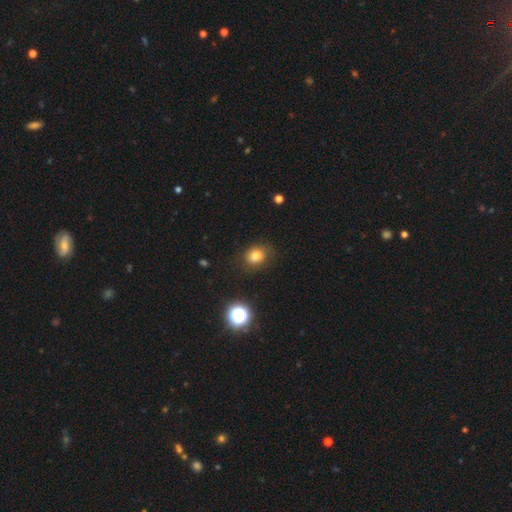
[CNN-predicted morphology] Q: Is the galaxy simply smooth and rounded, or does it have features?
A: smooth — 78%.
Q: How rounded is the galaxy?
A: round — 53%.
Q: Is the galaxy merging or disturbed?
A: none — 77%.